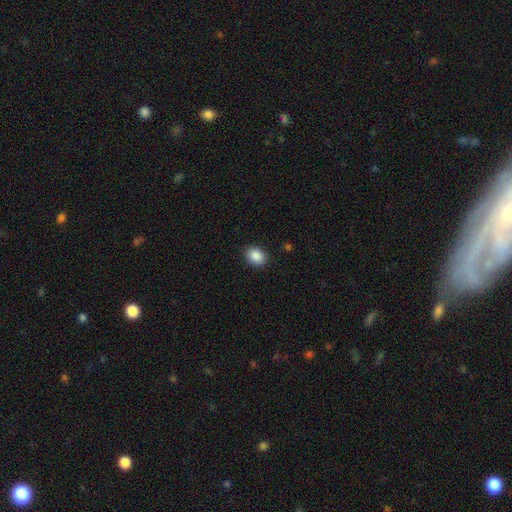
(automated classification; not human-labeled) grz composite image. It shows a smooth galaxy with no disk features (89%) that is in between round and cigar-shaped (55%). Merging: none (89%).